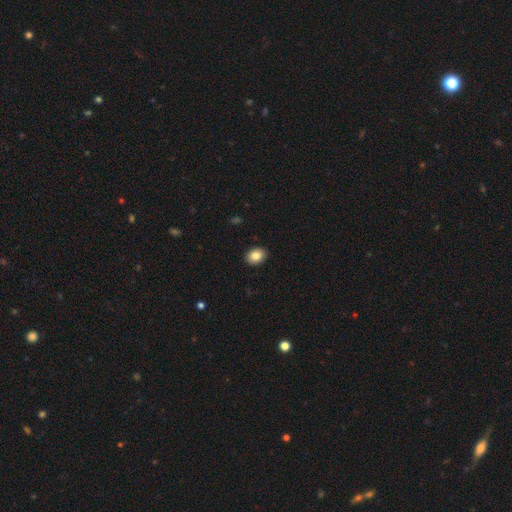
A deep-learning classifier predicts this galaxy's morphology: A smooth galaxy with no disk features (85%) that is in between round and cigar-shaped (62%). Merging: none (91%).